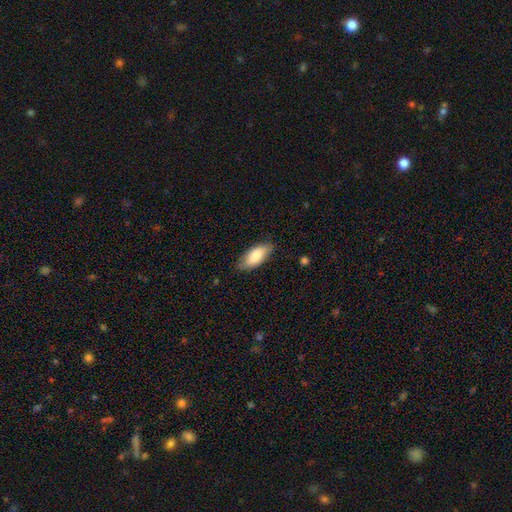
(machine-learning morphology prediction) This is clearly a smooth galaxy (82%). How rounded: clearly in between (87%). Merging: clearly none (82%).